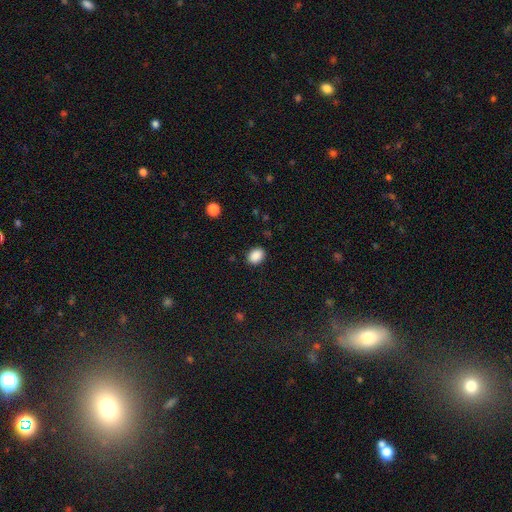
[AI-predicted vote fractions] Smooth or featured?
  - smooth: 89% *
  - star or artifact: 8%
  - featured or disk: 3%
How rounded?
  - in between: 69% *
  - round: 30%
  - cigar-shaped: 1%
Merging?
  - none: 88% *
  - minor disturbance: 9%
  - major disturbance: 2%
  - merger: 1%